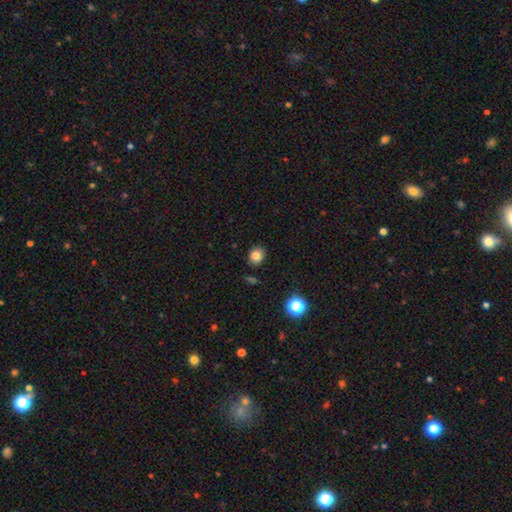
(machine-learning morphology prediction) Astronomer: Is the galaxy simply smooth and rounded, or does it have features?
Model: smooth — 81%.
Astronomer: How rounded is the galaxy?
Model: round — 67%.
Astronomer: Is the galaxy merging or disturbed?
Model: none — 86%.